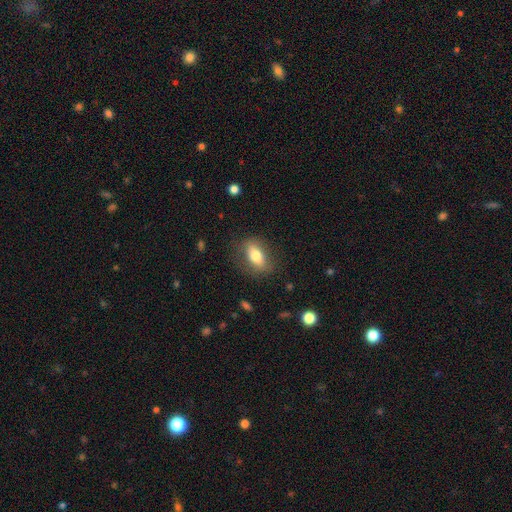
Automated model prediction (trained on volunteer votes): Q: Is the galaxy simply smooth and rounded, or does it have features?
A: smooth — 72%.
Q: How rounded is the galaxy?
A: in between — 84%.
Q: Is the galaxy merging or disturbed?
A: none — 79%.